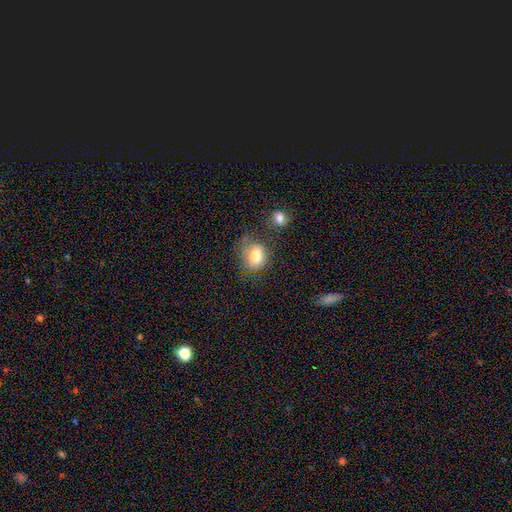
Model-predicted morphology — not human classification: A smooth galaxy with no disk features (78%) that is in between round and cigar-shaped (51%). Merging: none (51%).